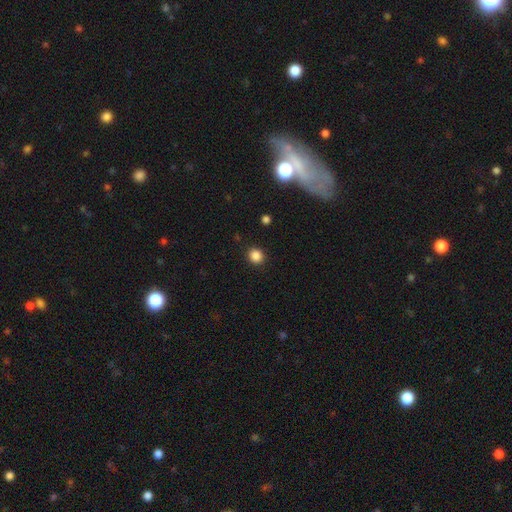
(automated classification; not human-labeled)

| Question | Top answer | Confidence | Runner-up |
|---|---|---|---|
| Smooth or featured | smooth | 86% | star or artifact (11%) |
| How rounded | round | 84% | in between (15%) |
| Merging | none | 91% | minor disturbance (6%) |